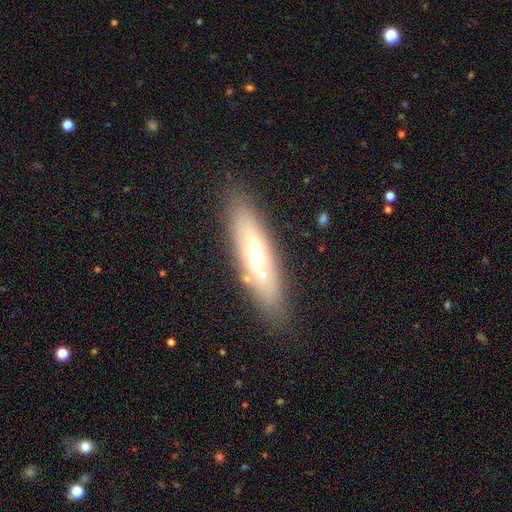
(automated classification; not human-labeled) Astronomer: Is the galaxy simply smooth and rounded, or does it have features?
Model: featured or disk — 50% (runner-up: smooth, 41%).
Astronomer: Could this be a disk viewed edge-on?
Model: yes — 53% (runner-up: no, 47%).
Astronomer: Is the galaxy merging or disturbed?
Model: none — 80%.